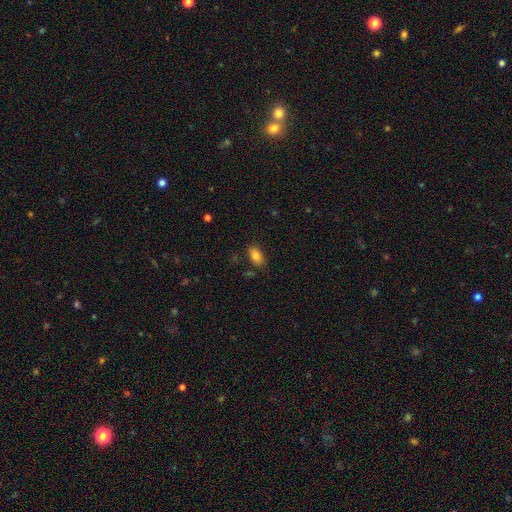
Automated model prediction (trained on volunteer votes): The model was most divided on "merging": none: 82%, minor disturbance: 13%, major disturbance: 3%, merger: 3%. More confident: how rounded — in between (90%); smooth or featured — smooth (81%).